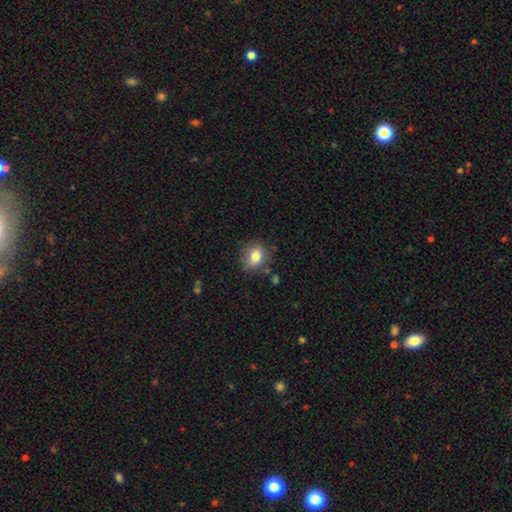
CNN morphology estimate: Smooth or featured: smooth — 81% (star or artifact — 10%)
How rounded: in between — 50% (round — 49%)
Merging: none — 79% (minor disturbance — 15%)